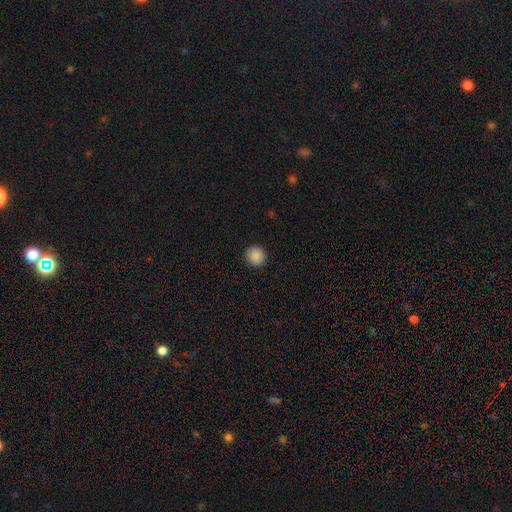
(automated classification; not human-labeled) This appears to be a smooth galaxy with no disk features (89%) that is round (93%). Merging: none (92%).